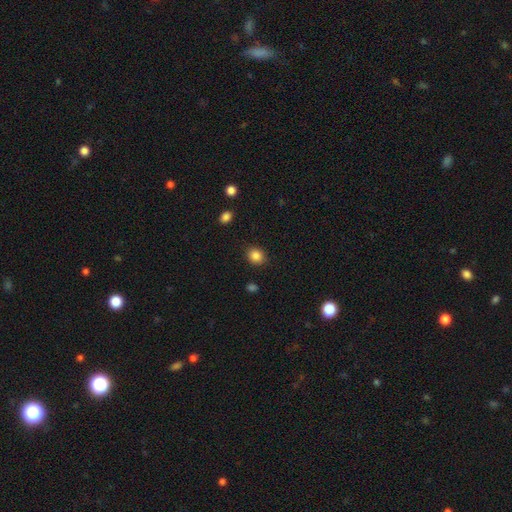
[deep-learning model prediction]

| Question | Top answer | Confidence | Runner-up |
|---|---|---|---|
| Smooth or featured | smooth | 86% | star or artifact (10%) |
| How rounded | round | 71% | in between (28%) |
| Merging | none | 88% | minor disturbance (8%) |